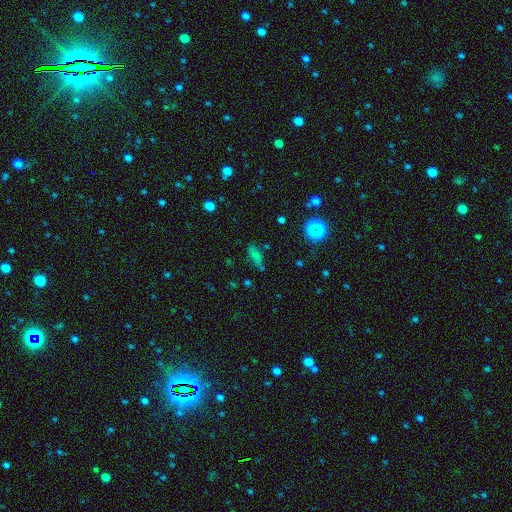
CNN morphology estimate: This appears to be a smooth galaxy with no disk features (67%) that is in between round and cigar-shaped (54%). Merging: none (69%).